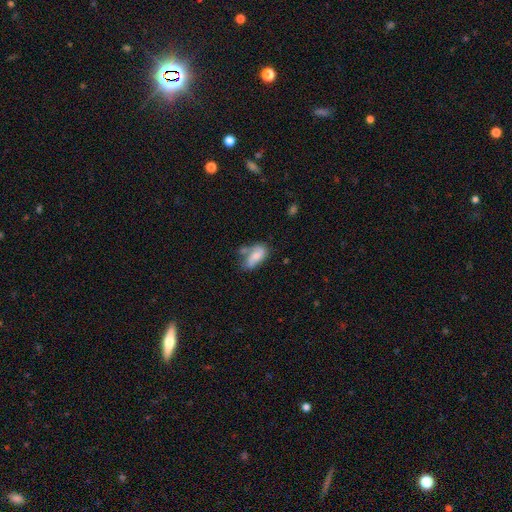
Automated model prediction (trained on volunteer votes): Smooth or featured: smooth — 58% (featured or disk — 33%)
How rounded: in between — 89% (cigar-shaped — 7%)
Merging: none — 36% (minor disturbance — 28%)